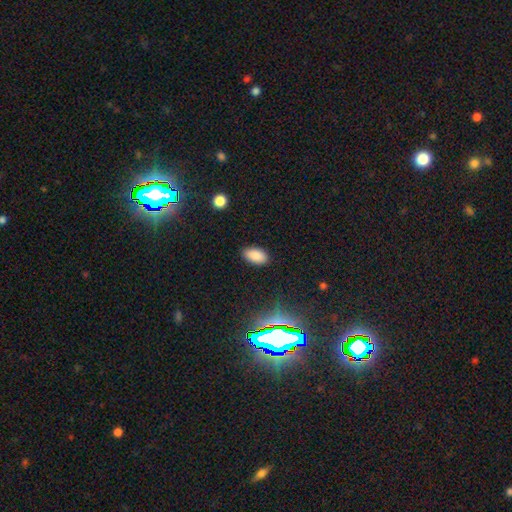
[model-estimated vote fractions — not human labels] Smooth or featured? smooth (86%)
How rounded? in between (94%)
Merging? none (88%)